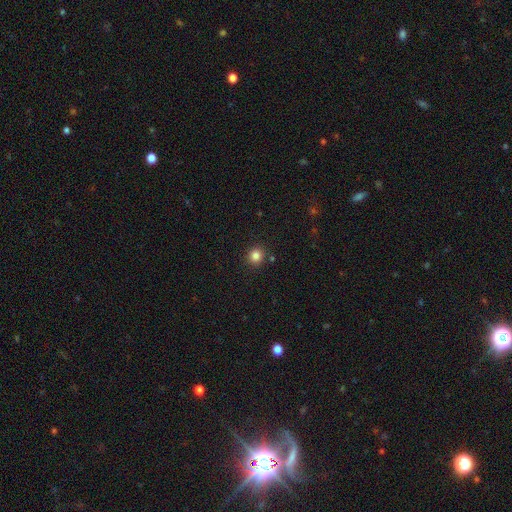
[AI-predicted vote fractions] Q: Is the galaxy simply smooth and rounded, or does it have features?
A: smooth — 83%.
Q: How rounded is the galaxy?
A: round — 90%.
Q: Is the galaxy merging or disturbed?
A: none — 89%.